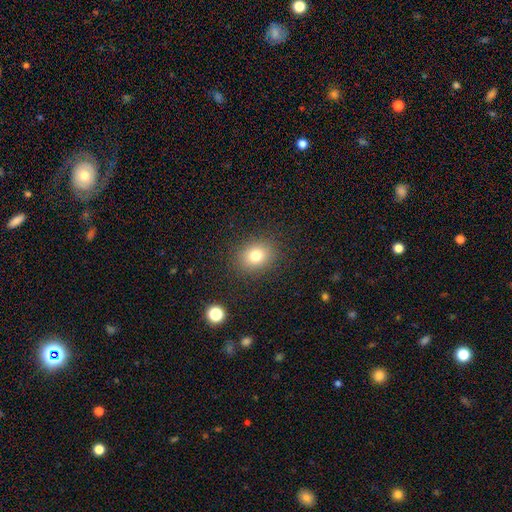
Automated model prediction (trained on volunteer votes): This appears to be a smooth galaxy with no disk features (77%) that is round (58%). Merging: none (87%).